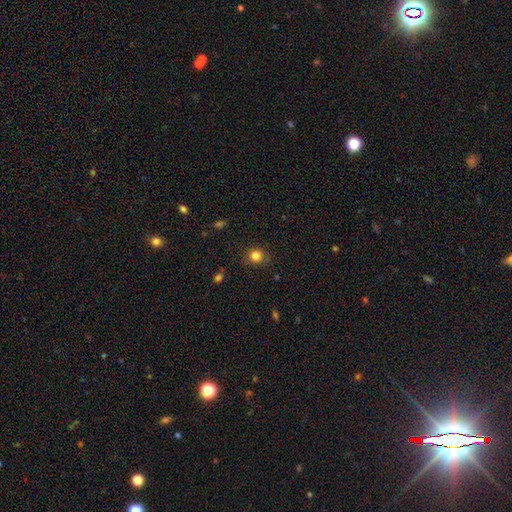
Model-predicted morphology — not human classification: This is clearly a smooth galaxy (82%). How rounded: clearly round (80%). Merging: clearly none (82%).